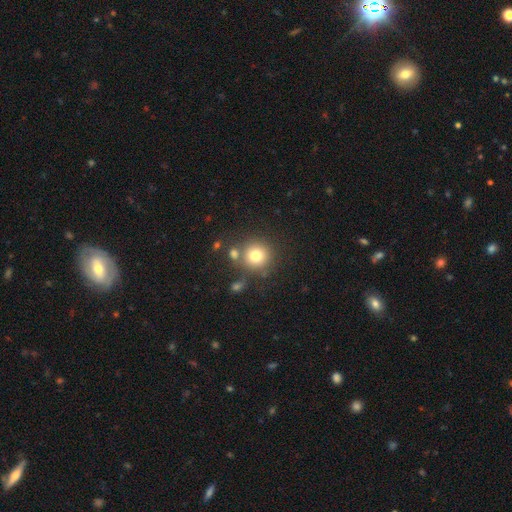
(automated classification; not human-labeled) This appears to be a smooth galaxy with no disk features (76%) that is round (93%). Merging: none (73%).